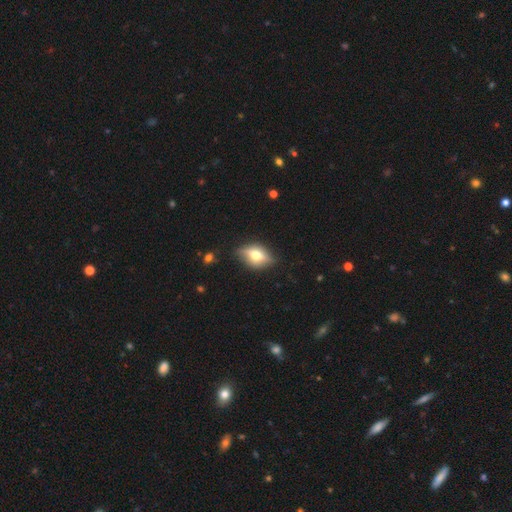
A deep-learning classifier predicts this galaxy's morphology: A featured or disk galaxy (48%). Merging: none (76%).